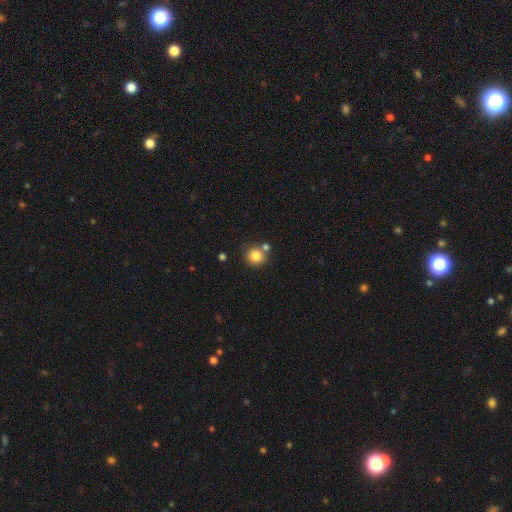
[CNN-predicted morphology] A smooth galaxy with no disk features (83%) that is round (91%). Merging: none (69%).